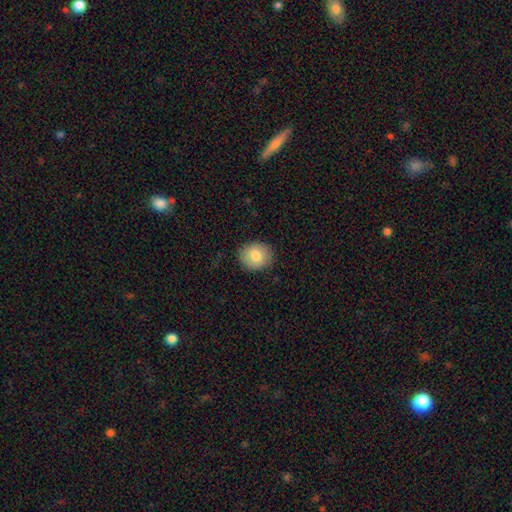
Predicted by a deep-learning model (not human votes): Smooth or featured?
  - smooth: 81% *
  - featured or disk: 11%
  - star or artifact: 8%
How rounded?
  - round: 74% *
  - in between: 25%
  - cigar-shaped: 1%
Merging?
  - none: 87% *
  - minor disturbance: 9%
  - major disturbance: 2%
  - merger: 1%